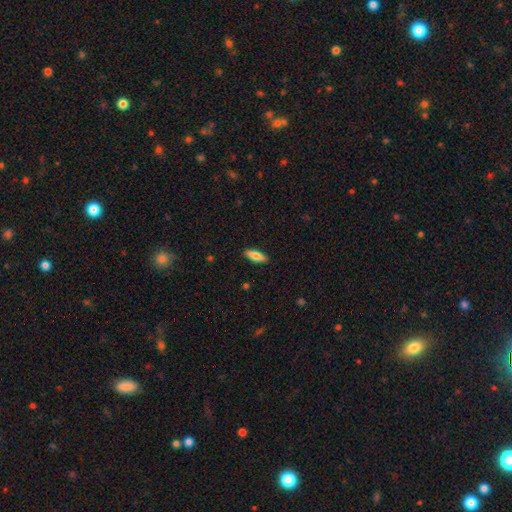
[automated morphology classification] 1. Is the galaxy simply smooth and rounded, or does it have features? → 73% smooth, 21% featured or disk, 6% star or artifact.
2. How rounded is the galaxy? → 55% in between, 43% cigar-shaped, 2% round.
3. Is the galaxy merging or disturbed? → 89% none, 8% minor disturbance, 2% major disturbance, 1% merger.